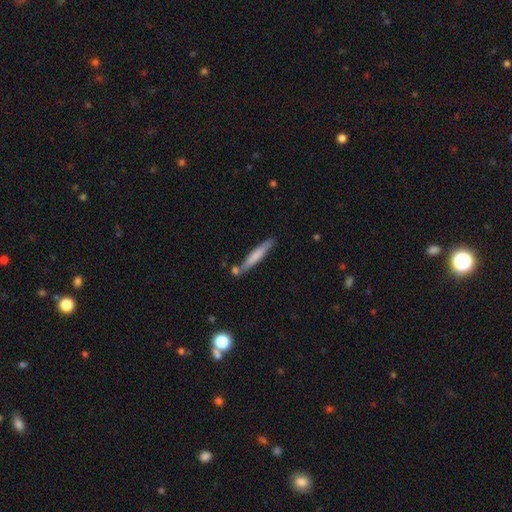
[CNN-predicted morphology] Q: Smooth or featured?
A: smooth (63%); runner-up: featured or disk (31%)
Q: How rounded?
A: cigar-shaped (94%); runner-up: in between (4%)
Q: Merging?
A: none (74%); runner-up: minor disturbance (13%)